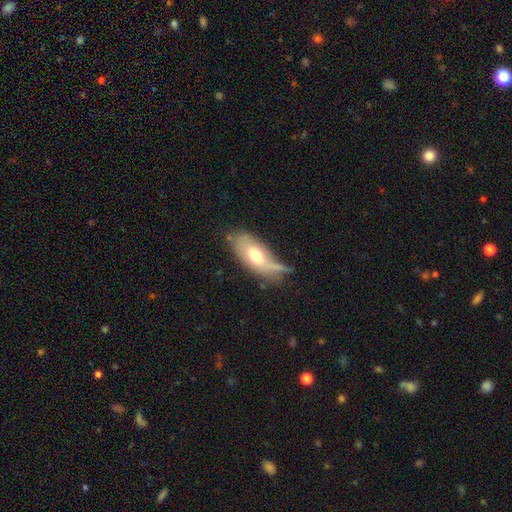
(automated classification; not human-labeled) Smooth or featured? smooth (62%)
How rounded? in between (87%)
Merging? none (40%)